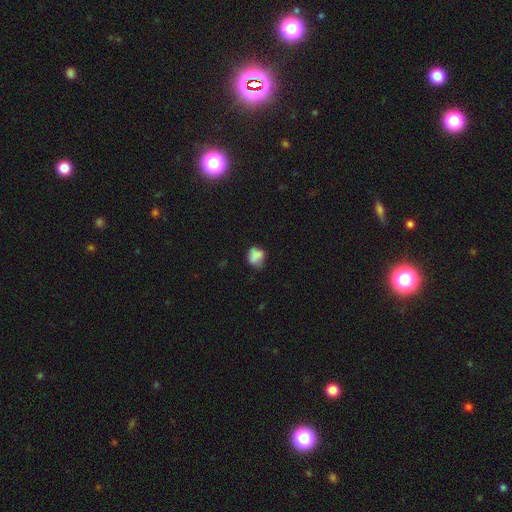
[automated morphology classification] This appears to be a smooth galaxy with no disk features (77%) that is round (54%). Merging: none (50%).